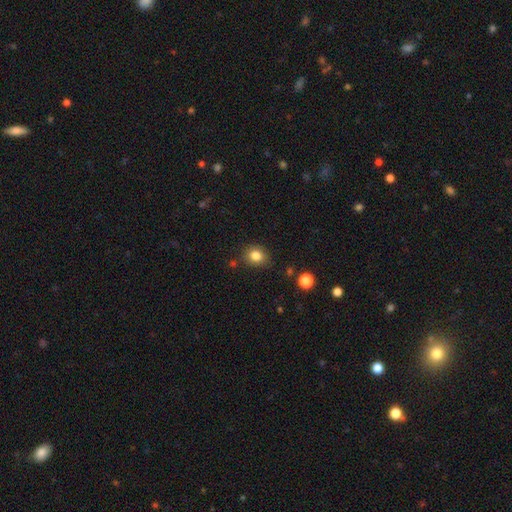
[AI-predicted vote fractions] Smooth or featured? Predicted: smooth (p=0.83). How rounded? Predicted: round (p=0.67). Merging? Predicted: none (p=0.81).